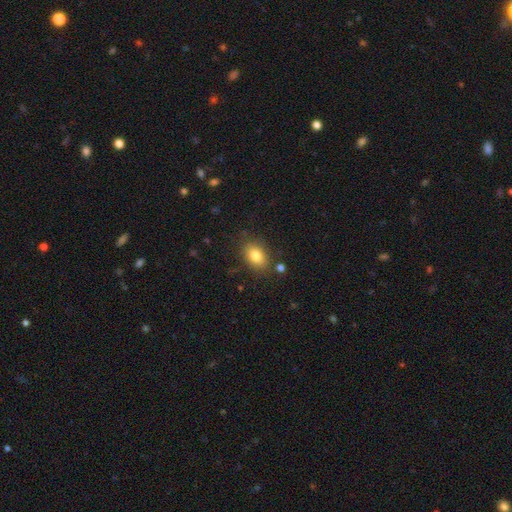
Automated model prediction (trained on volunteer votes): smooth 82%, star or artifact 9%, featured or disk 9%. Down the decision tree: how rounded — in between (79%); merging — none (81%).